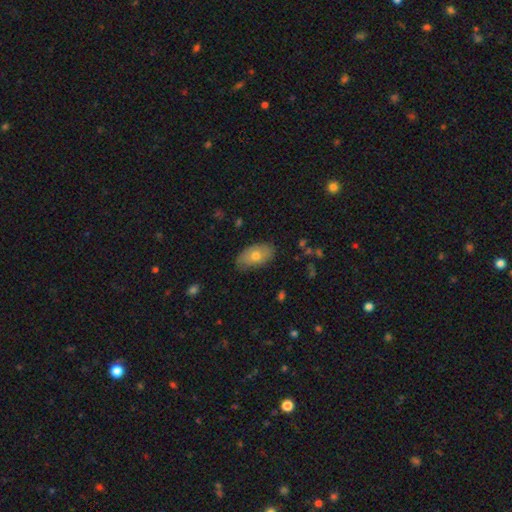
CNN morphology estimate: A smooth galaxy with no disk features (71%) that is in between round and cigar-shaped (93%).

Vote fractions:
- Smooth or featured? smooth: 71% / featured or disk: 22% / star or artifact: 7%
- How rounded? in between: 93% / round: 5% / cigar-shaped: 2%
- Merging? none: 79% / minor disturbance: 17% / major disturbance: 3% / merger: 1%